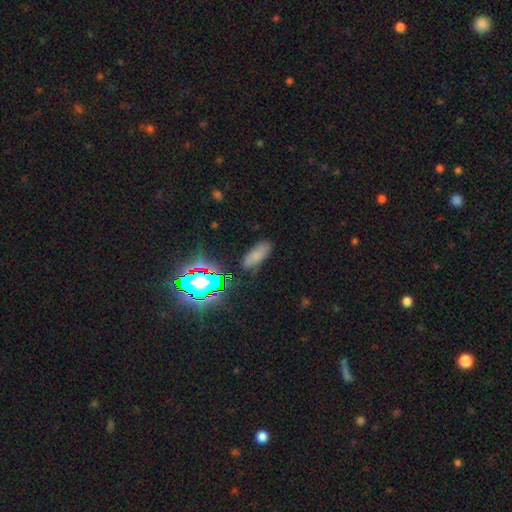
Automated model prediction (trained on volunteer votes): smooth-or-featured: smooth: 68% | star or artifact: 20% | featured or disk: 12%
  how-rounded: in between: 77% | cigar-shaped: 20% | round: 3%
  merging: none: 79% | minor disturbance: 14% | major disturbance: 4% | merger: 3%